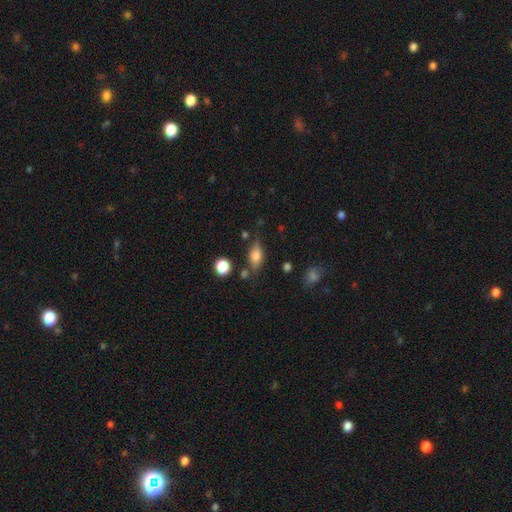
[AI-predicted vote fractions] This appears to be a smooth galaxy with no disk features (59%) that is in between round and cigar-shaped (77%). Merging: none (70%).